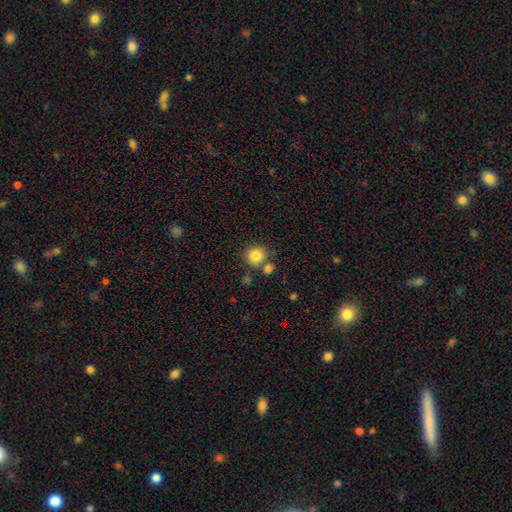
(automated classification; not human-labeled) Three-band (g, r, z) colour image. It shows a smooth galaxy with no disk features (82%) that is round (87%). Merging: none (69%).